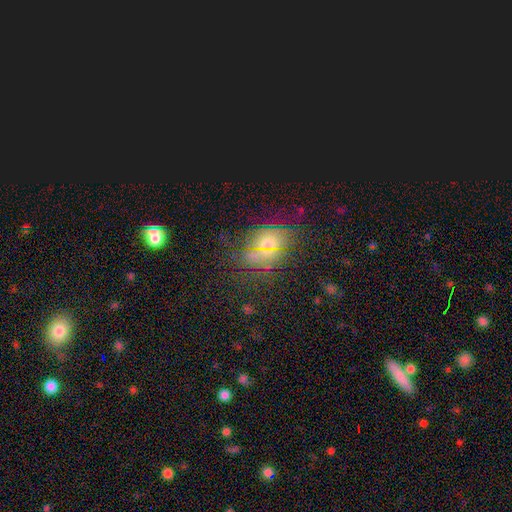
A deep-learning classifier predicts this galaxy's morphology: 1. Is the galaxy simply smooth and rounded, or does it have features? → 56% smooth, 30% star or artifact, 14% featured or disk.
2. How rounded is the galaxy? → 56% in between, 41% round, 3% cigar-shaped.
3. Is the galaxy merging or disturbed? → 77% none, 14% minor disturbance, 6% major disturbance, 2% merger.